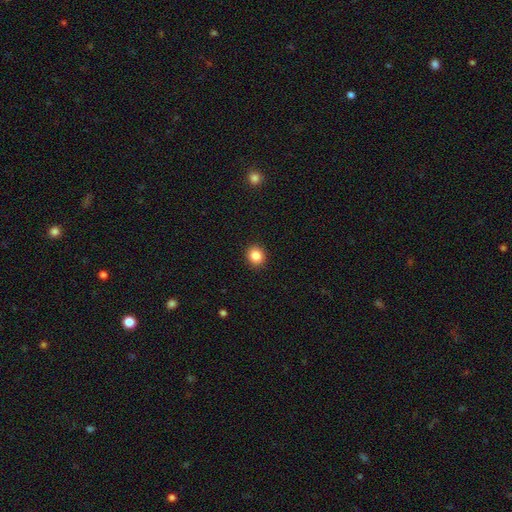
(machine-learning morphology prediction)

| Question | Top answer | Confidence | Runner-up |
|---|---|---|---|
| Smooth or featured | smooth | 86% | star or artifact (10%) |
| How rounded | round | 82% | in between (17%) |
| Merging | none | 92% | minor disturbance (5%) |